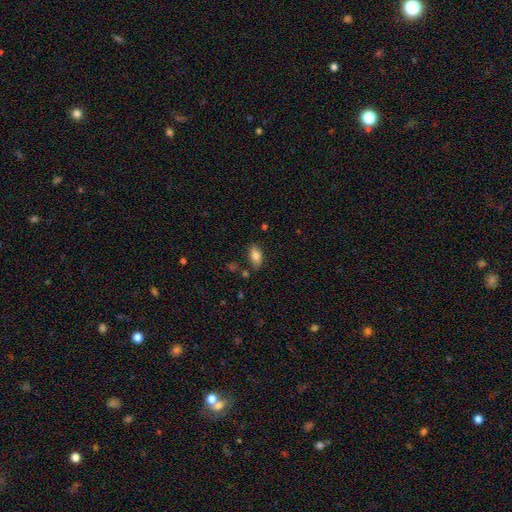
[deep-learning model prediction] The model was most divided on "merging": none: 80%, minor disturbance: 13%, merger: 4%, major disturbance: 3%. More confident: how rounded — in between (92%); smooth or featured — smooth (81%).